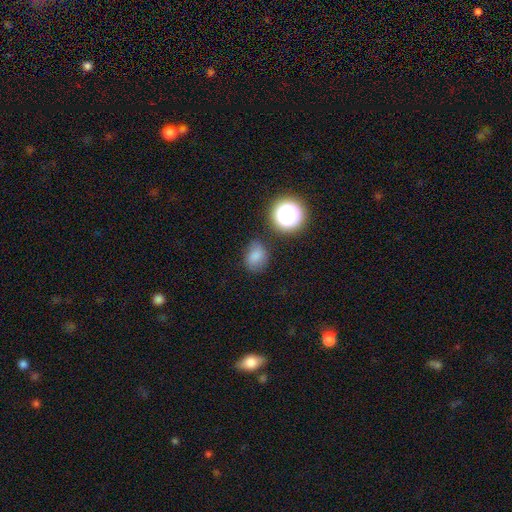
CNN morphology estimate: A smooth galaxy with no disk features (76%) that is in between round and cigar-shaped (52%).

Vote fractions:
- Smooth or featured? smooth: 76% / star or artifact: 15% / featured or disk: 9%
- How rounded? in between: 52% / round: 47% / cigar-shaped: 1%
- Merging? none: 65% / minor disturbance: 22% / major disturbance: 7% / merger: 6%